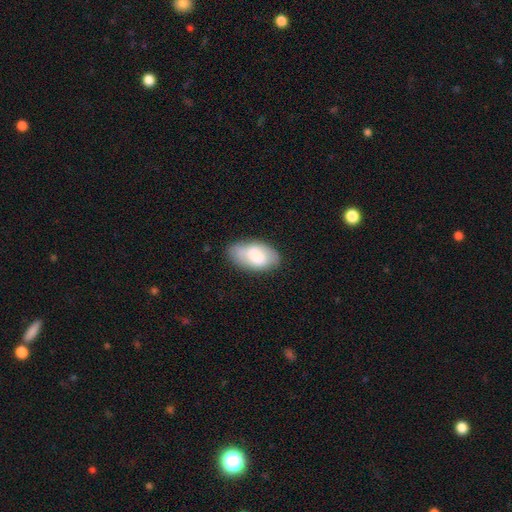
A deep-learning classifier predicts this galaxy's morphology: This appears to be a smooth galaxy with no disk features (71%) that is in between round and cigar-shaped (94%). Merging: none (68%).